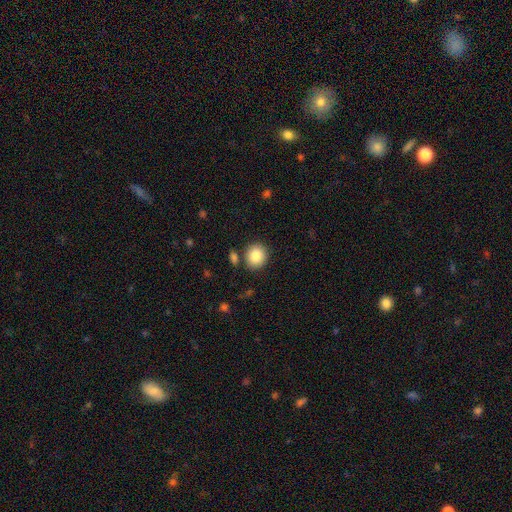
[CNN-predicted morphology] type=smooth (86%); roundness=round (79%); merging=none (82%).